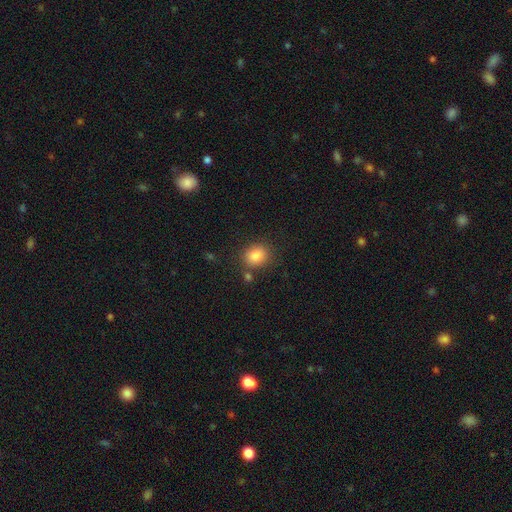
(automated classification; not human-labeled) Overall: smooth (84%). How rounded: round (65%; in between 34%). Merging: none (78%).